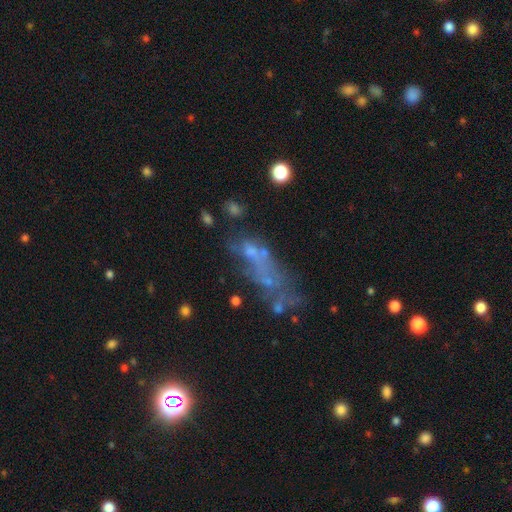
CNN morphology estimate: This is marginally a featured or disk galaxy (42%). Merging: marginally major disturbance (30%, tied with none).